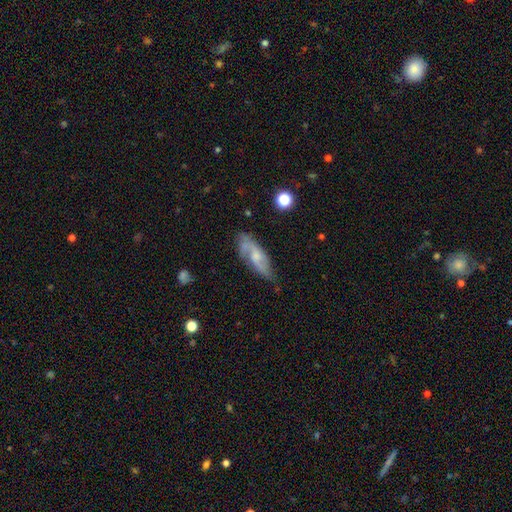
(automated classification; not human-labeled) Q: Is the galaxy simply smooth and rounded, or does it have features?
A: featured or disk — 68%.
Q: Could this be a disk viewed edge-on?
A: no — 86%.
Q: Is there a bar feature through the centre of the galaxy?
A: no — 55%.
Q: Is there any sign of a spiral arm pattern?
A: yes — 89%.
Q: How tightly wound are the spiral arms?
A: medium — 45%.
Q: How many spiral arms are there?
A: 2 — 71%.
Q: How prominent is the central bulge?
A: small — 45%.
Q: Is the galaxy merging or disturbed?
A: none — 65%.